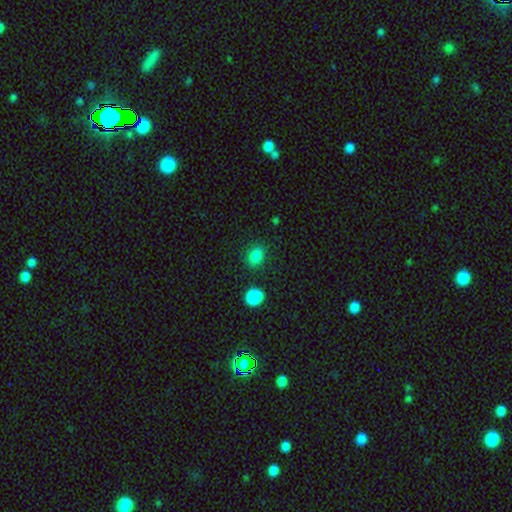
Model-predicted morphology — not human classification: A smooth galaxy with no disk features (85%) that is in between round and cigar-shaped (58%).

Vote fractions:
- Smooth or featured? smooth: 85% / star or artifact: 11% / featured or disk: 4%
- How rounded? in between: 58% / round: 41% / cigar-shaped: 1%
- Merging? none: 82% / minor disturbance: 11% / merger: 3% / major disturbance: 3%